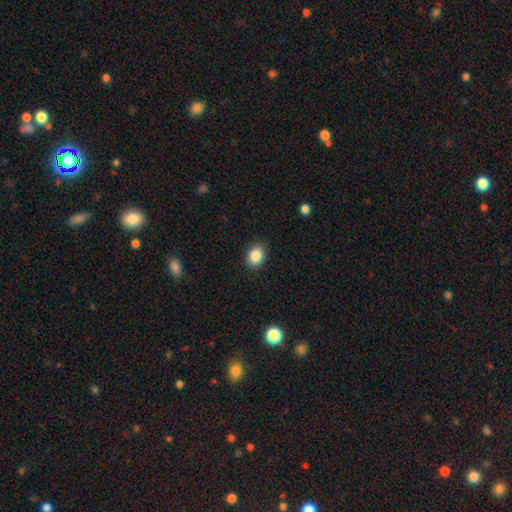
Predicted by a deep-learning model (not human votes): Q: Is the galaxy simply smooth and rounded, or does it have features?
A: smooth — 87%.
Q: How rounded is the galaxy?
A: in between — 67%.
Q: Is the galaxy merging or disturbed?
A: none — 87%.